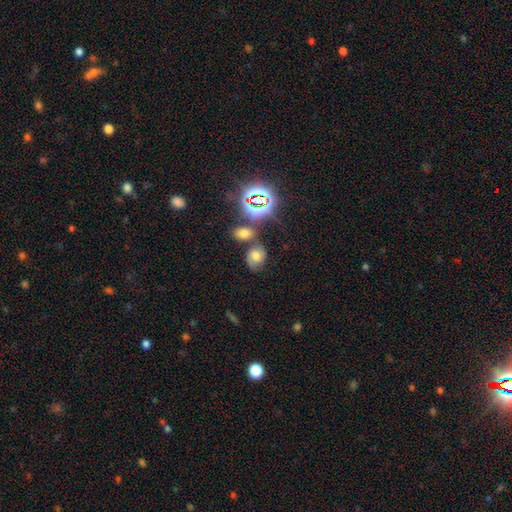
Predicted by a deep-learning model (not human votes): Smooth or featured? Predicted: smooth (p=0.45). Merging? Predicted: none (p=0.54).